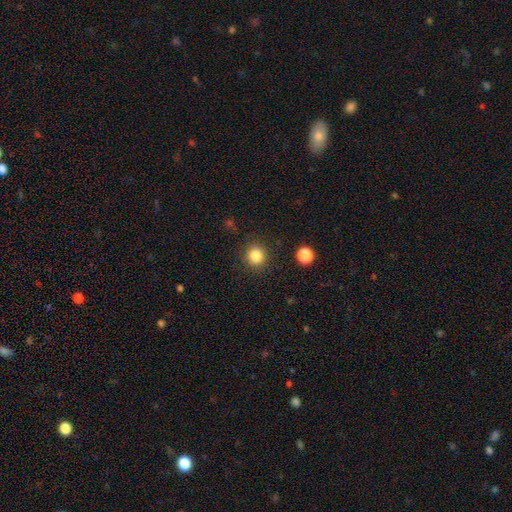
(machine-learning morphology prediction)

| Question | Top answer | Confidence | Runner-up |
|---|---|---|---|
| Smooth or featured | smooth | 84% | star or artifact (11%) |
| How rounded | round | 89% | in between (10%) |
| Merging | none | 89% | minor disturbance (7%) |